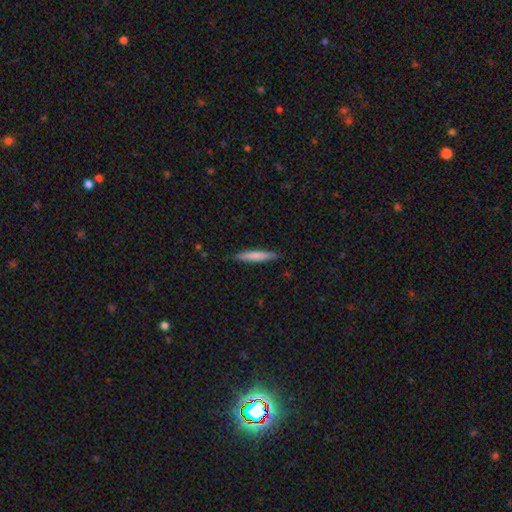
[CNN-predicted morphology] smooth_or_featured: smooth (p=0.71) [alt: featured or disk p=0.23]
how_rounded: cigar-shaped (p=0.93) [alt: in between p=0.06]
merging: none (p=0.89) [alt: minor disturbance p=0.09]